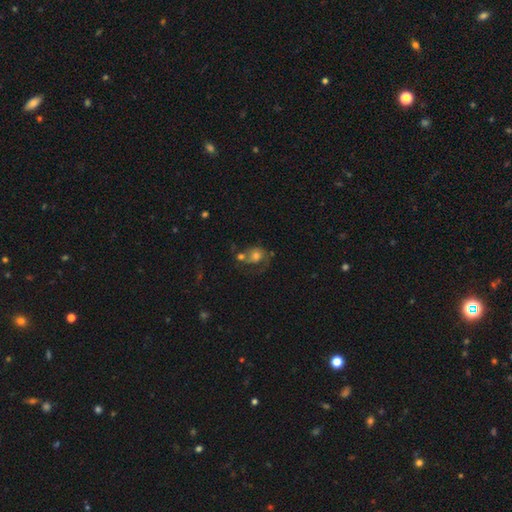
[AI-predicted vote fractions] Smooth or featured? featured or disk (43%, tied with smooth)
Merging? merger (32%)